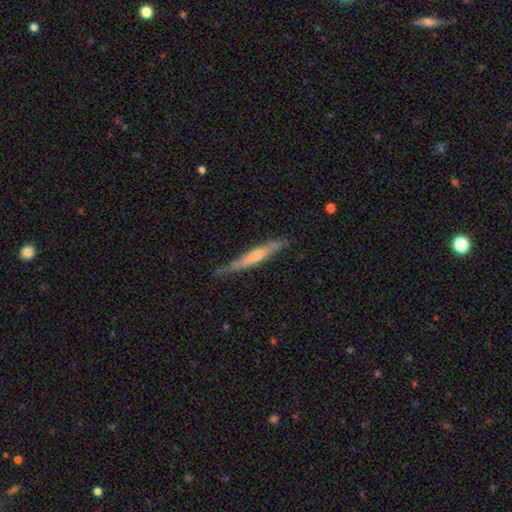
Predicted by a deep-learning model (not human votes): A featured or disk galaxy (48%).

Vote fractions:
- Smooth or featured? featured or disk: 48% / smooth: 46% / star or artifact: 5%
- Merging? none: 70% / minor disturbance: 23% / major disturbance: 5% / merger: 2%